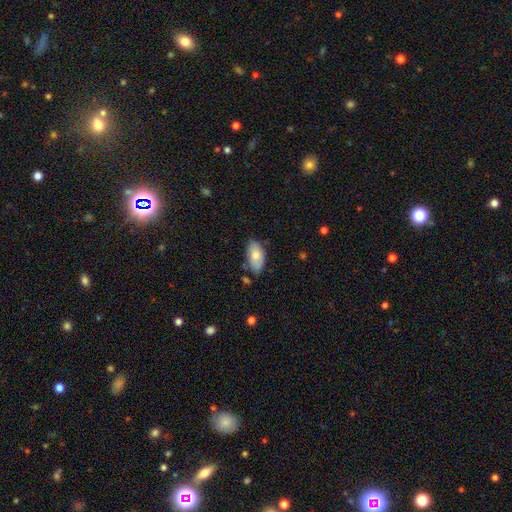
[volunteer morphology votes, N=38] This appears to be a smooth galaxy with no disk features (79%) that is in between round and cigar-shaped (93%). Merging: none (49%).